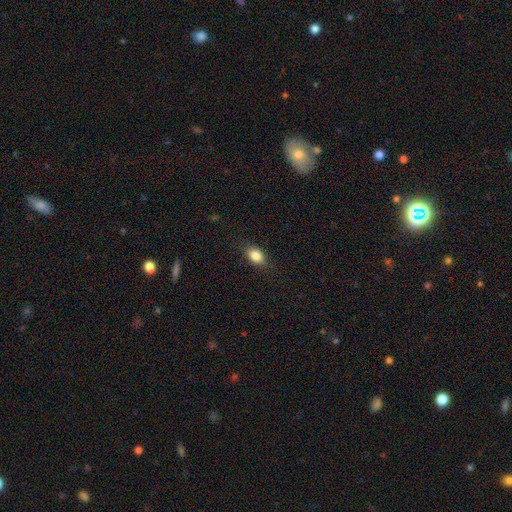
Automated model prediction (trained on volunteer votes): smooth 84%, star or artifact 9%, featured or disk 7%. Down the decision tree: how rounded — in between (78%); merging — none (83%).